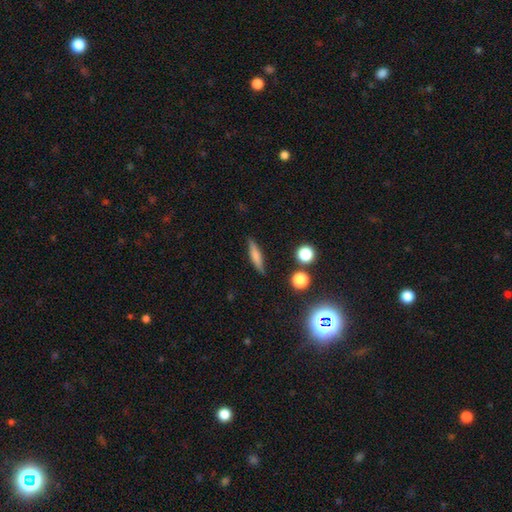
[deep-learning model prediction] This is likely a smooth galaxy (66%). How rounded: clearly cigar-shaped (81%). Merging: clearly none (84%).